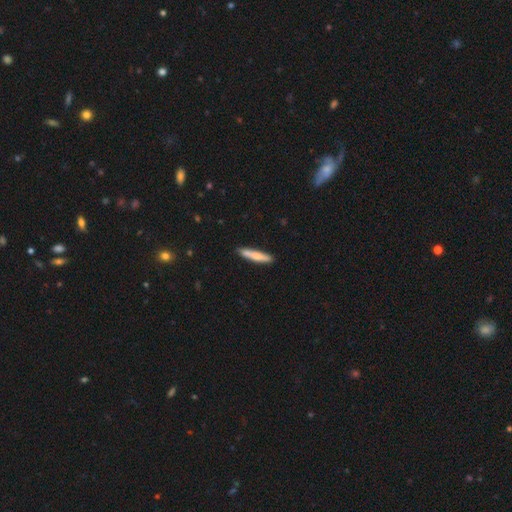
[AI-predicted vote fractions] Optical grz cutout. It shows a smooth galaxy with no disk features (73%) that is cigar-shaped (91%). Merging: none (88%).